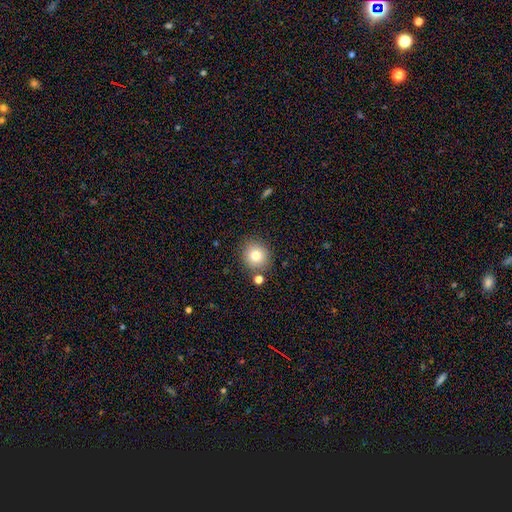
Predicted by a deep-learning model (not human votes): This appears to be a smooth galaxy with no disk features (79%) that is round (86%). Merging: none (80%).